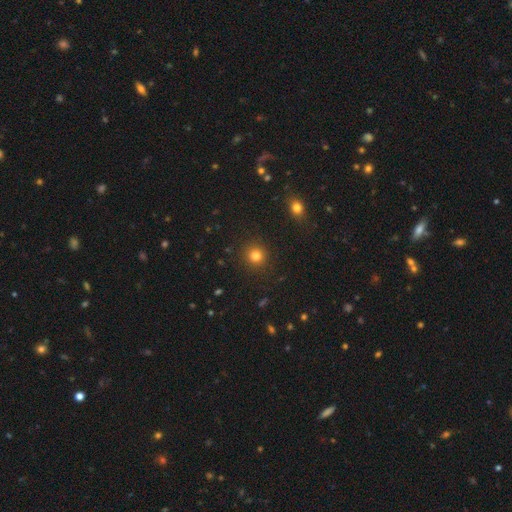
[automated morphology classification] type=smooth (80%); roundness=round (92%); merging=none (90%).